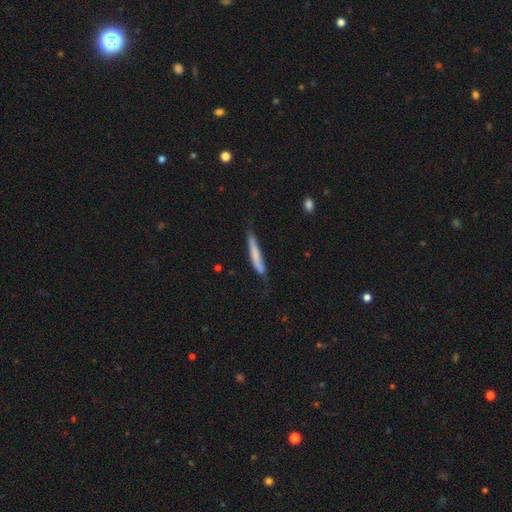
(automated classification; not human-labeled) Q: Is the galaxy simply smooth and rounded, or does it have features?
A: smooth — 64%.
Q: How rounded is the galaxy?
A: cigar-shaped — 94%.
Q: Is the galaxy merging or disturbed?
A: none — 61%.